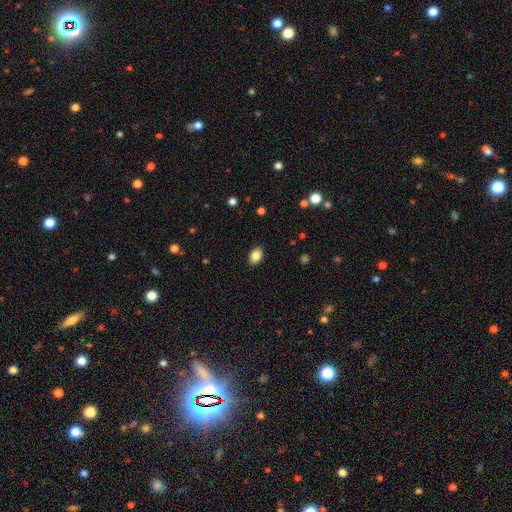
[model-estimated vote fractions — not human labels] smooth 86%, star or artifact 9%, featured or disk 6%. Down the decision tree: how rounded — in between (84%); merging — none (88%).